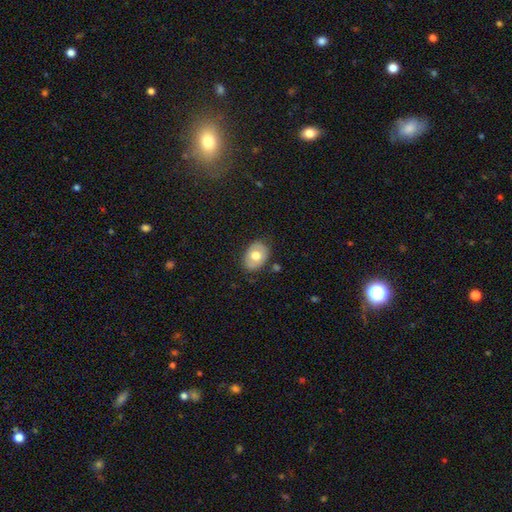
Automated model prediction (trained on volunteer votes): smooth 65%, featured or disk 28%, star or artifact 7%. Down the decision tree: how rounded — in between (72%); merging — none (79%).